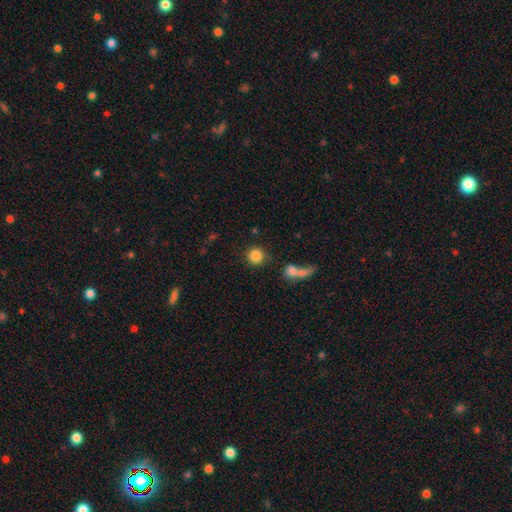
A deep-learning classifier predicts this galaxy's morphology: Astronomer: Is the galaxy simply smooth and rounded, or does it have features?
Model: smooth — 85%.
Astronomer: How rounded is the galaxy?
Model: round — 93%.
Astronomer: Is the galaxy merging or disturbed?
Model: none — 77%.